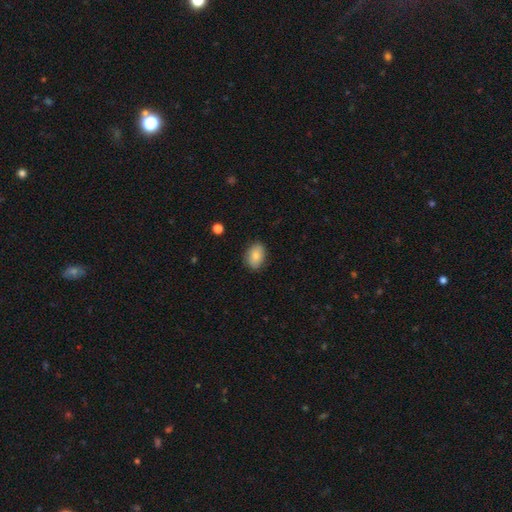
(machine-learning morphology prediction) A smooth galaxy with no disk features (81%) that is in between round and cigar-shaped (84%).

Vote fractions:
- Smooth or featured? smooth: 81% / featured or disk: 11% / star or artifact: 7%
- How rounded? in between: 84% / round: 15% / cigar-shaped: 1%
- Merging? none: 84% / minor disturbance: 13% / major disturbance: 3% / merger: 1%